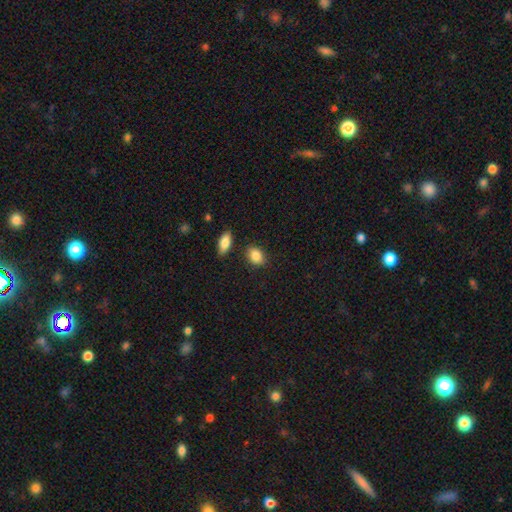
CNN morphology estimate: Smooth or featured?
  - smooth: 87% *
  - star or artifact: 8%
  - featured or disk: 5%
How rounded?
  - in between: 76% *
  - round: 22%
  - cigar-shaped: 2%
Merging?
  - none: 81% *
  - minor disturbance: 11%
  - merger: 5%
  - major disturbance: 3%